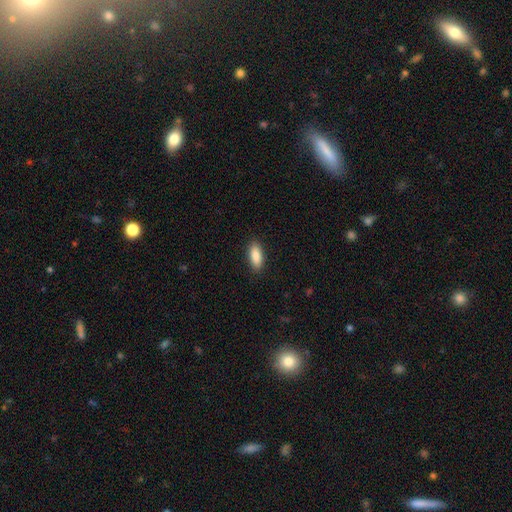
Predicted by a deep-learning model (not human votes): A smooth galaxy with no disk features (88%) that is in between round and cigar-shaped (79%). Merging: none (89%).